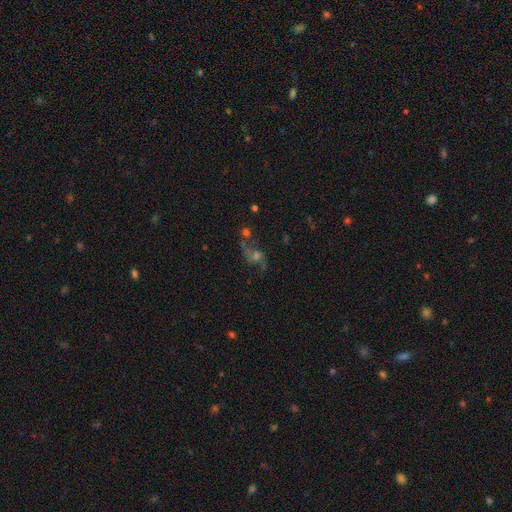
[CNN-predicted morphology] Smooth or featured? featured or disk (66%)
Edge-on disk? no (94%)
Bar? no (66%)
Spiral arms? yes (88%)
Spiral winding? loose (80%)
Spiral arm count? 2 (87%)
Bulge size? moderate (45%)
Merging? none (51%)